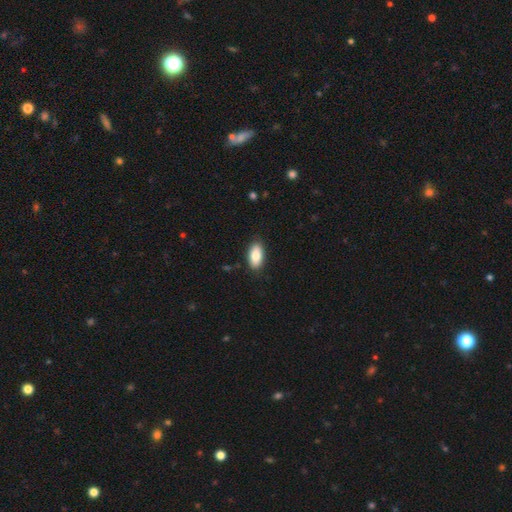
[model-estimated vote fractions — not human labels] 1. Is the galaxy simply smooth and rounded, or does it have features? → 82% smooth, 12% featured or disk, 7% star or artifact.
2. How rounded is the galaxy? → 92% in between, 4% cigar-shaped, 3% round.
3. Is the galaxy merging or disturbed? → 88% none, 9% minor disturbance, 2% major disturbance, 1% merger.